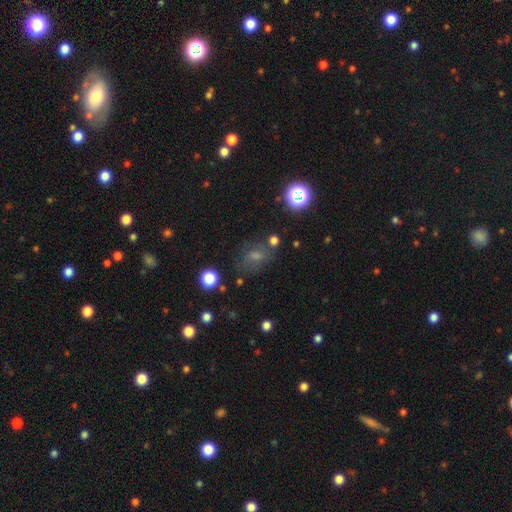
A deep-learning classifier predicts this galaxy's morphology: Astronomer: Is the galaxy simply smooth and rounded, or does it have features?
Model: smooth — 56%.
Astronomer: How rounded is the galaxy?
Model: in between — 65%.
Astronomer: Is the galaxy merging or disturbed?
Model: none — 61%.